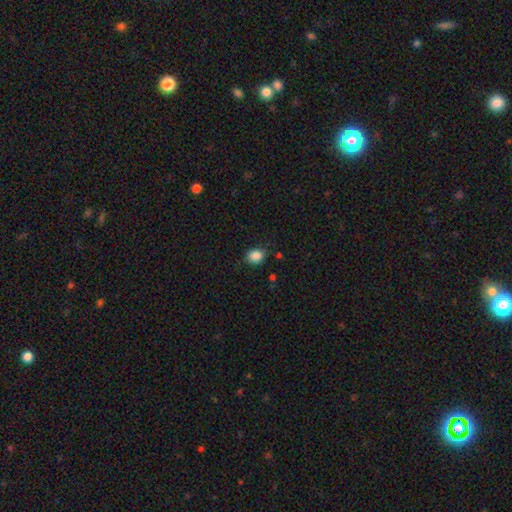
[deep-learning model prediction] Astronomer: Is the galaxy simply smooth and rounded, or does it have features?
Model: smooth — 87%.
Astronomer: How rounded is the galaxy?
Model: round — 51% (runner-up: in between, 48%).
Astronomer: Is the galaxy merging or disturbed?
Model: none — 81%.